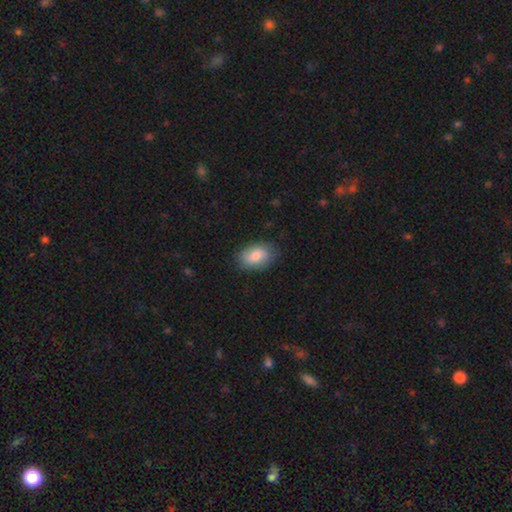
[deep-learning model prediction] smooth-or-featured: smooth: 81% | featured or disk: 13% | star or artifact: 7%
  how-rounded: in between: 90% | round: 8% | cigar-shaped: 2%
  merging: none: 81% | minor disturbance: 15% | major disturbance: 3% | merger: 1%